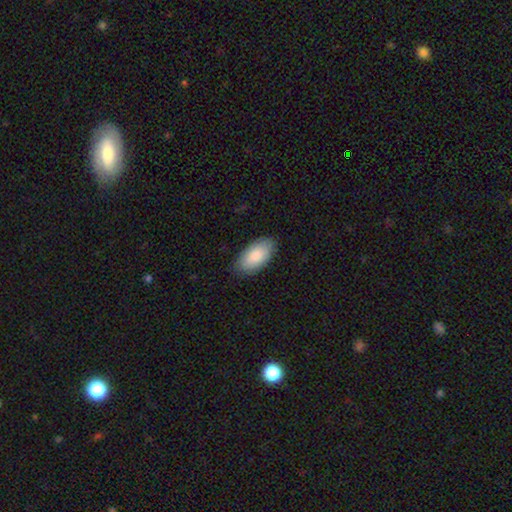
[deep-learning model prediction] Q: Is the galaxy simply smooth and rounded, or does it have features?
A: smooth — 86%.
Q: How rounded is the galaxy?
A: in between — 95%.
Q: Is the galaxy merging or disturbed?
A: none — 84%.